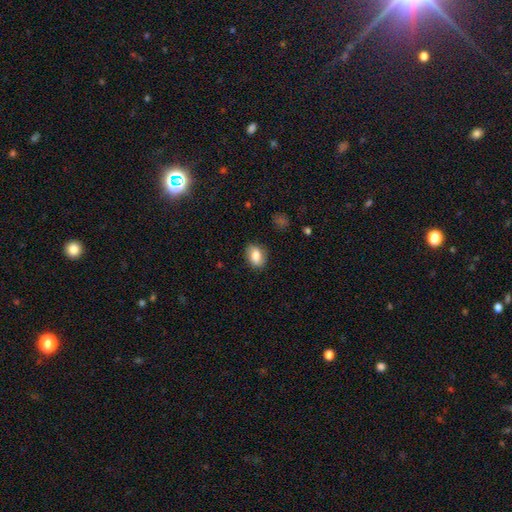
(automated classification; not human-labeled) A smooth galaxy with no disk features (80%) that is in between round and cigar-shaped (72%). Merging: none (83%).